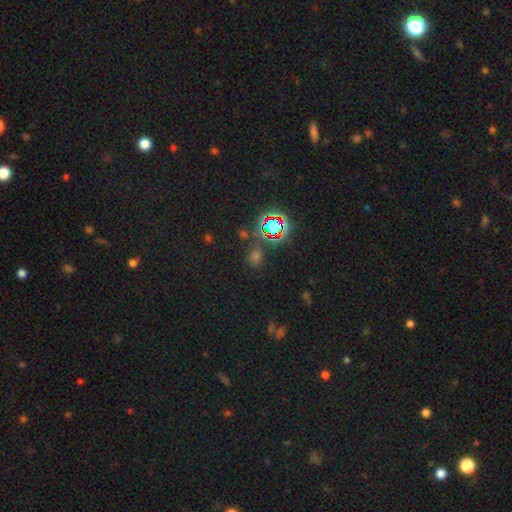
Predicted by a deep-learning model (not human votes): A star or artifact, not a galaxy (52%).

Vote fractions:
- Smooth or featured? star or artifact: 52% / smooth: 41% / featured or disk: 7%